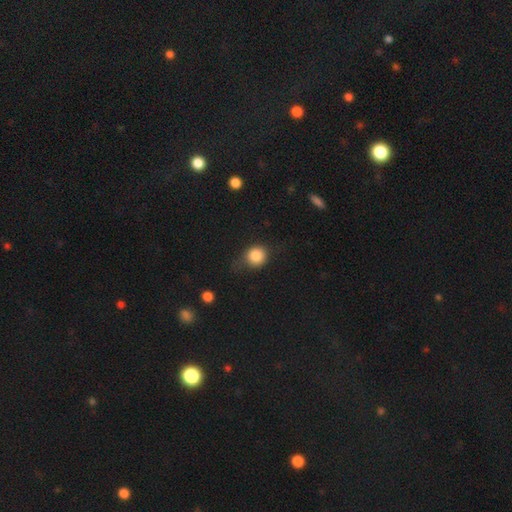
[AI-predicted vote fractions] Overall: smooth (83%). How rounded: round (78%). Merging: none (56%; minor disturbance 30%).